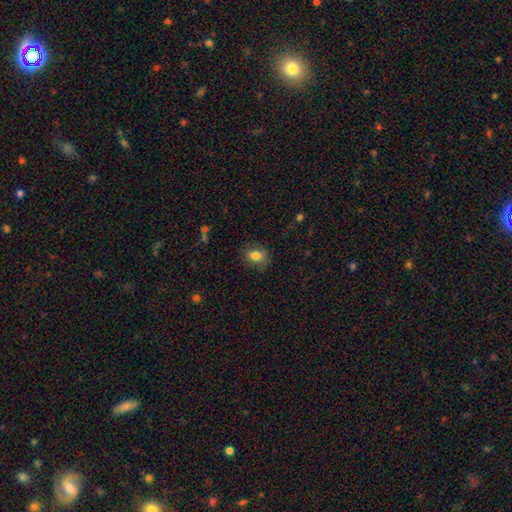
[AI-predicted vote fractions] This is likely a smooth galaxy (79%). How rounded: possibly in between (57%). Merging: likely none (79%).